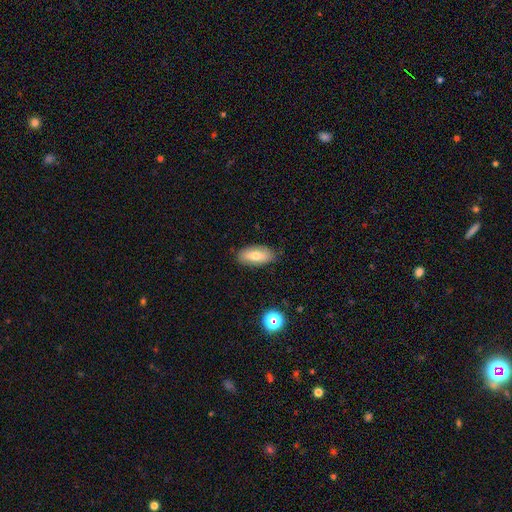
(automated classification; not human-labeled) smooth-or-featured: smooth: 70% | featured or disk: 22% | star or artifact: 8%
  how-rounded: in between: 86% | cigar-shaped: 11% | round: 3%
  merging: none: 83% | minor disturbance: 13% | major disturbance: 3% | merger: 1%